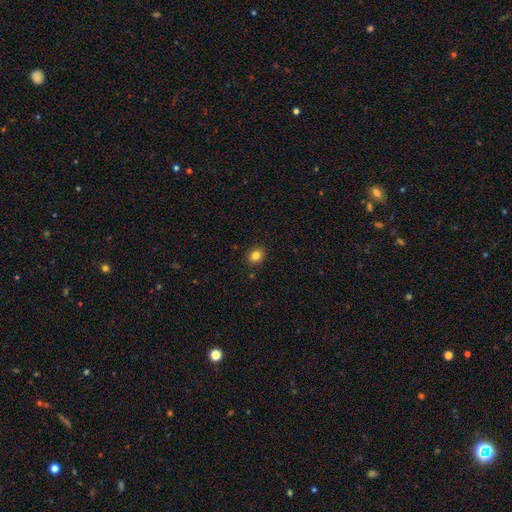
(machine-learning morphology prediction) This is clearly a smooth galaxy (83%). How rounded: likely round (65%). Merging: clearly none (90%).